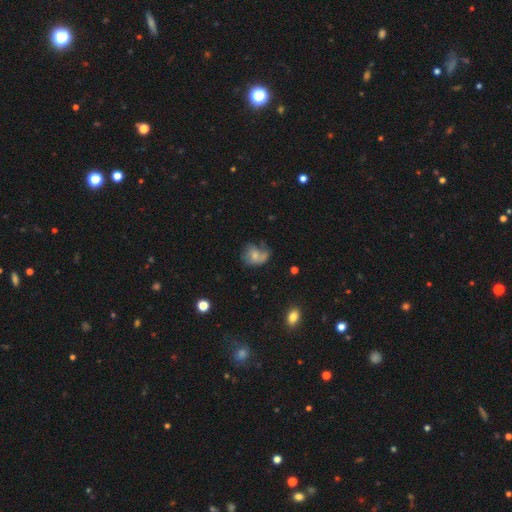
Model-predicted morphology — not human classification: Smooth or featured: featured or disk — 47% (smooth — 43%)
Merging: none — 41% (major disturbance — 26%)